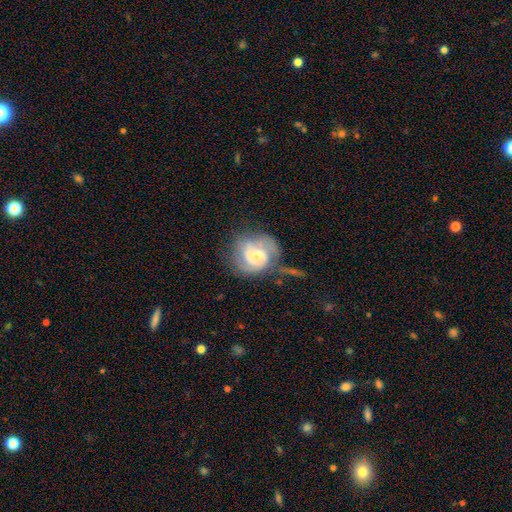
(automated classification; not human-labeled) featured or disk 65%, smooth 28%, star or artifact 7%. Down the decision tree: edge-on disk — no (97%); bar — no (51%); spiral arms — yes (79%); bulge size — moderate (45%); merging — none (39%).